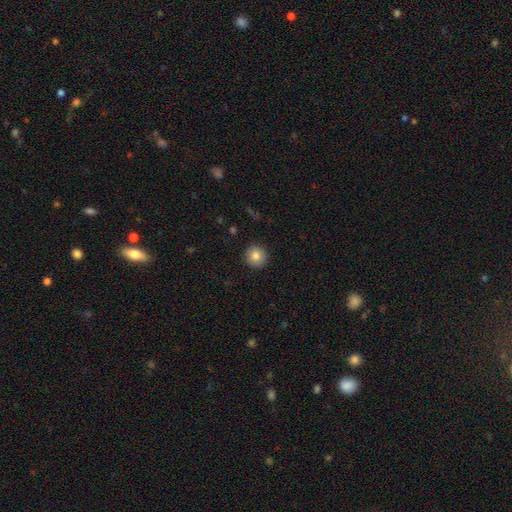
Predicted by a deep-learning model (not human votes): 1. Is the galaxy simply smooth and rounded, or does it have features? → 83% smooth, 9% star or artifact, 8% featured or disk.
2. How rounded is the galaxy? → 95% round, 4% in between, 1% cigar-shaped.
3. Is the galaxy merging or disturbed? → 92% none, 5% minor disturbance, 2% major disturbance, 1% merger.